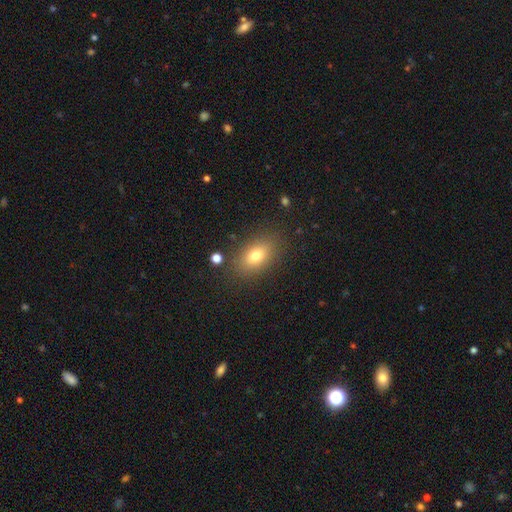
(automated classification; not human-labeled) The model was most divided on "smooth or featured": smooth: 76%, featured or disk: 13%, star or artifact: 11%. More confident: merging — none (84%); how rounded — in between (84%).